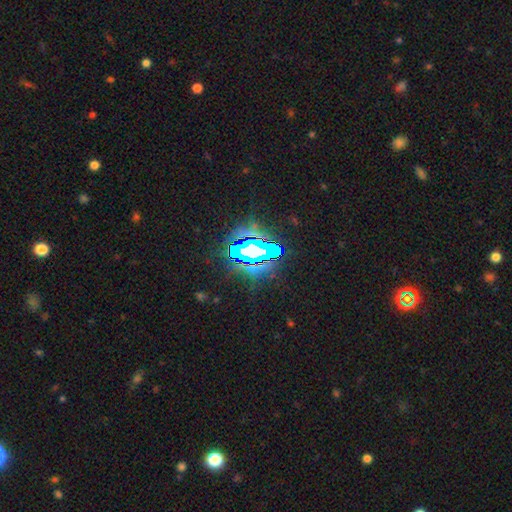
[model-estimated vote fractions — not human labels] Smooth or featured: star or artifact — 71% (featured or disk — 15%)